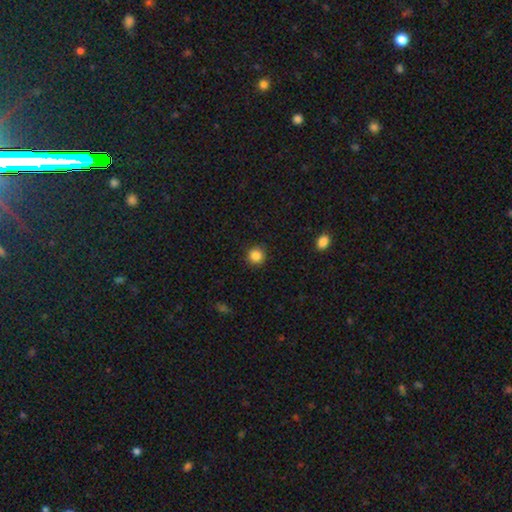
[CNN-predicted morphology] type=smooth (86%); roundness=round (94%); merging=none (91%).